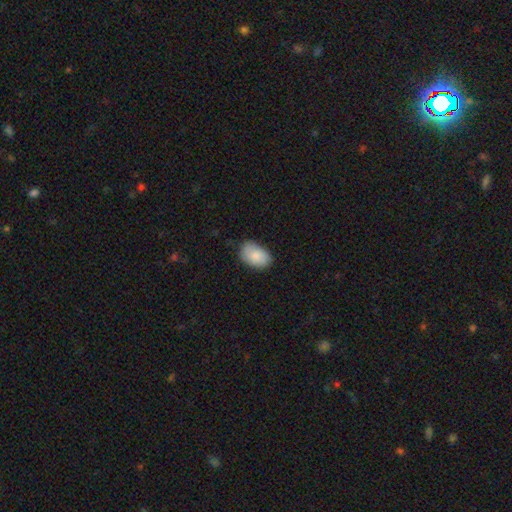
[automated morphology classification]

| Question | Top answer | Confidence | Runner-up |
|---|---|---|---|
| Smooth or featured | smooth | 84% | featured or disk (9%) |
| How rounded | in between | 90% | round (9%) |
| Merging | none | 75% | minor disturbance (20%) |